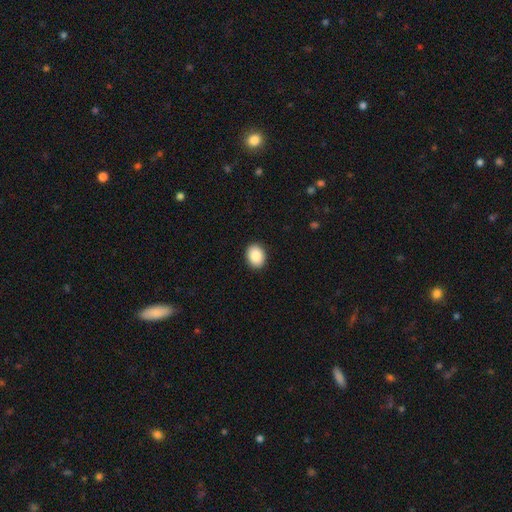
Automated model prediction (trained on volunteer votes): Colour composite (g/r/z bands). It shows a smooth galaxy with no disk features (89%) that is in between round and cigar-shaped (57%). Merging: none (92%).